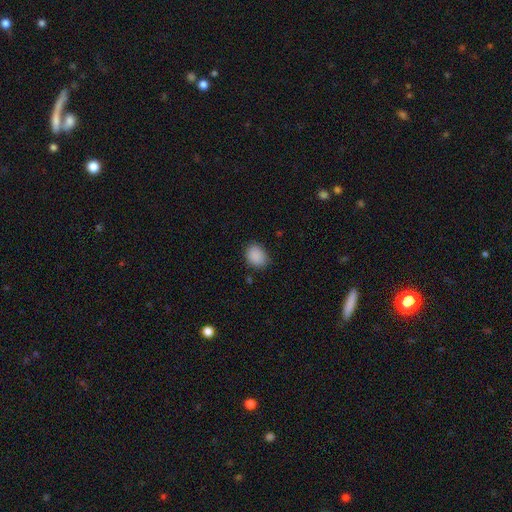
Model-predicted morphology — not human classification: Smooth or featured? Predicted: smooth (p=0.89). How rounded? Predicted: in between (p=0.58). Merging? Predicted: none (p=0.81).